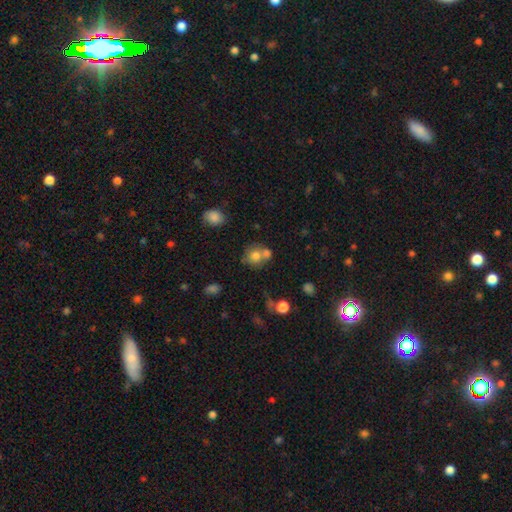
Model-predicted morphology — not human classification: This appears to be a smooth galaxy with no disk features (73%) that is round (78%). Merging: merger (44%).